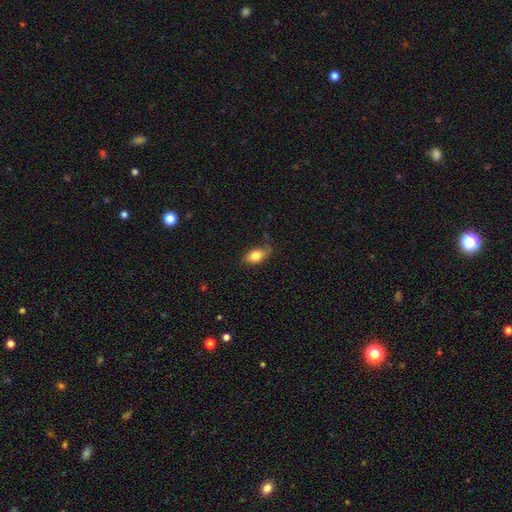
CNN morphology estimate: The model was most divided on "merging": none: 65%, minor disturbance: 27%, major disturbance: 7%, merger: 2%. More confident: how rounded — in between (86%); smooth or featured — smooth (79%).